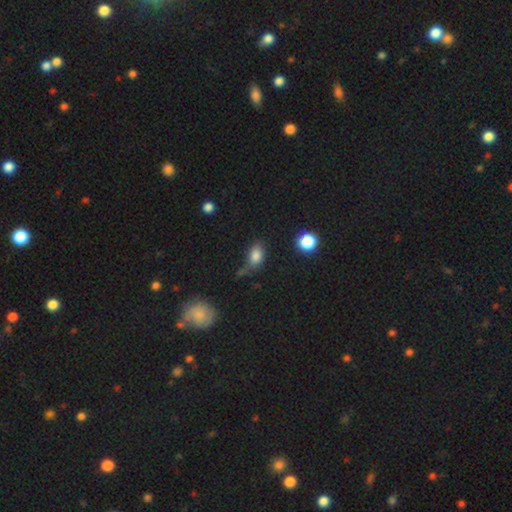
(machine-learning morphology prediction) The model was most divided on "merging": none: 49%, minor disturbance: 29%, major disturbance: 12%, merger: 10%. More confident: how rounded — in between (81%); smooth or featured — smooth (81%).